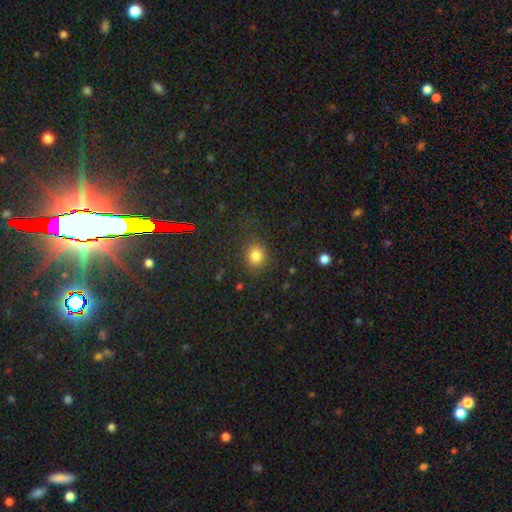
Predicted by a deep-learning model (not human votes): Morphology: type=smooth (78%); roundness=round (71%); merging=none (78%).